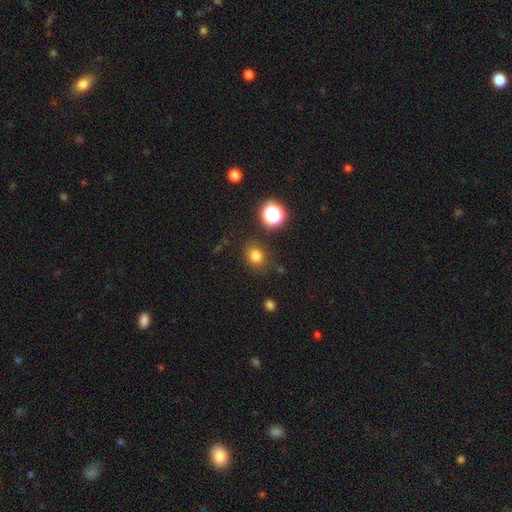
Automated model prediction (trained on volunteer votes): The model was most divided on "how rounded": round: 57%, in between: 42%, cigar-shaped: 1%. More confident: merging — none (82%); smooth or featured — smooth (79%).